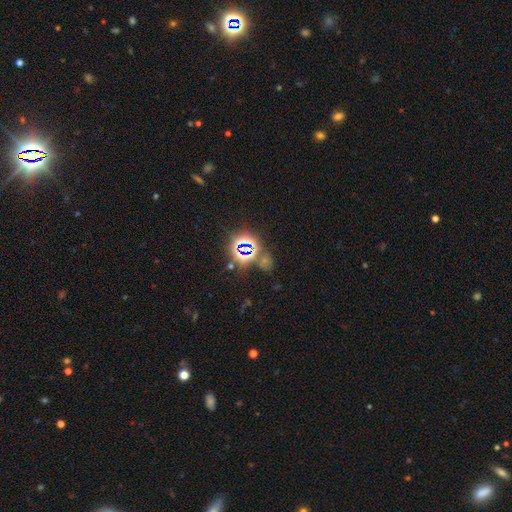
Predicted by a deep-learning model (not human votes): The model was most divided on "smooth or featured": star or artifact: 72%, smooth: 16%, featured or disk: 12%.